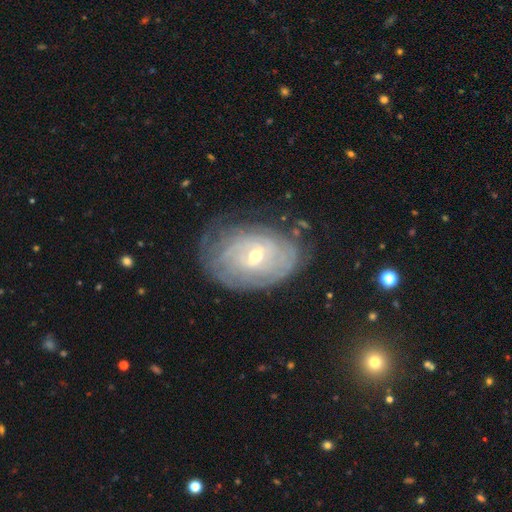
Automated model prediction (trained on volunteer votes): Morphology: type=featured or disk (78%); edge-on=no (95%); bar=weak (46%); spiral arms=yes (84%); winding=tight (79%); arm count=can't tell (63%); bulge=small (51%); merging=none (67%).